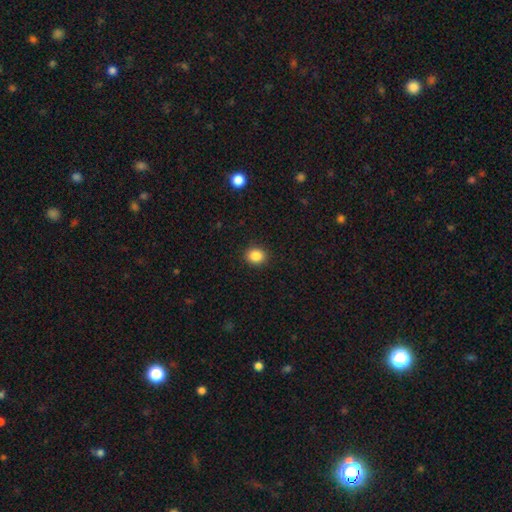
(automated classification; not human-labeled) This is clearly a smooth galaxy (87%). How rounded: likely round (71%). Merging: clearly none (91%).